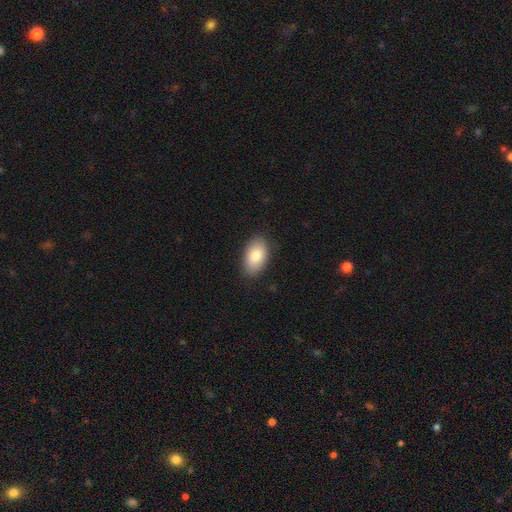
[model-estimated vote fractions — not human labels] smooth-or-featured: smooth: 86% | featured or disk: 8% | star or artifact: 6%
  how-rounded: in between: 94% | round: 5% | cigar-shaped: 2%
  merging: none: 86% | minor disturbance: 11% | major disturbance: 2% | merger: 1%